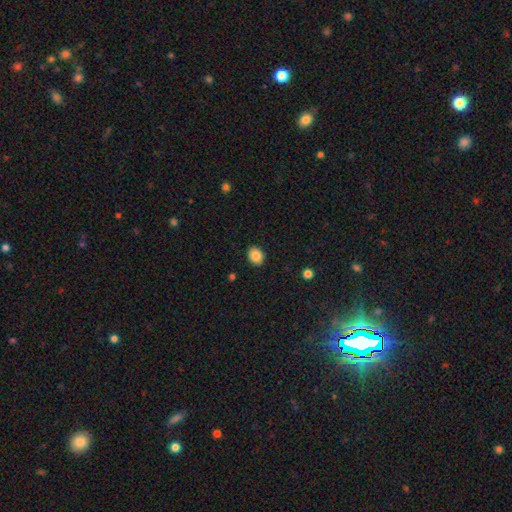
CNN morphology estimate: smooth_or_featured: smooth (p=0.86) [alt: star or artifact p=0.09]
how_rounded: in between (p=0.50) [alt: round p=0.49]
merging: none (p=0.91) [alt: minor disturbance p=0.06]